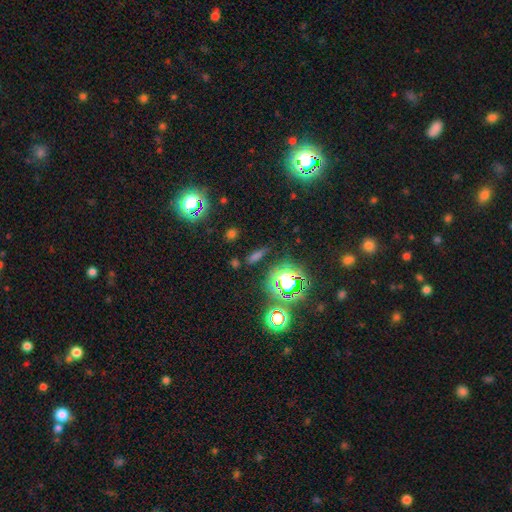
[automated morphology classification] Smooth or featured? smooth (48%)
Merging? none (82%)